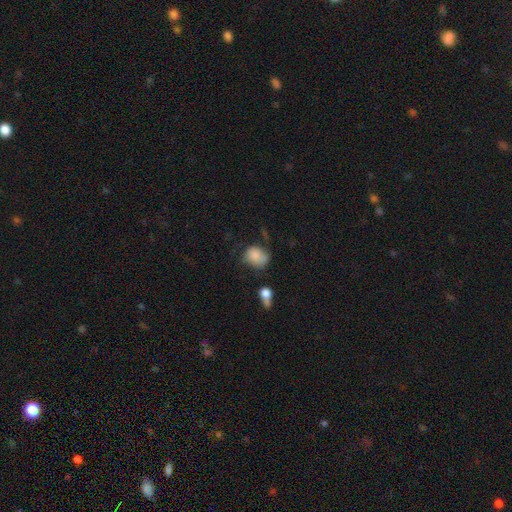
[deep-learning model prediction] Smooth or featured? Predicted: smooth (p=0.80). How rounded? Predicted: round (p=0.54). Merging? Predicted: none (p=0.41).